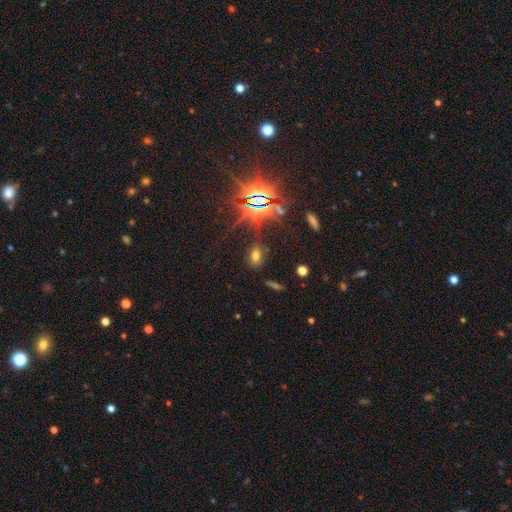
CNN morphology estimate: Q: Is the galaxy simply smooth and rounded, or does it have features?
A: smooth — 53%.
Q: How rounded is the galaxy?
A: in between — 80%.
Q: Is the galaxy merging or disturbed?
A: none — 78%.